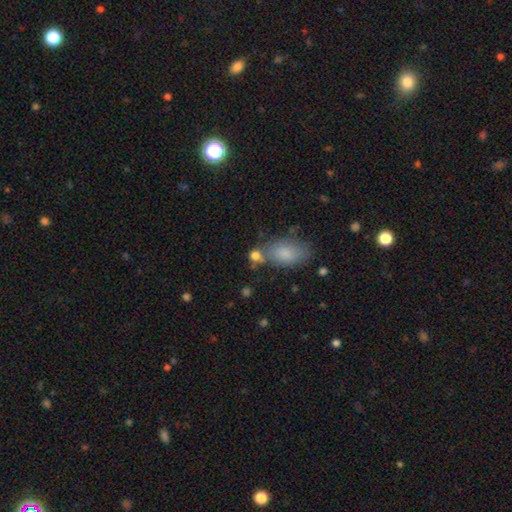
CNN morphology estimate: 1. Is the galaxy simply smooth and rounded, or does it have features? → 79% smooth, 11% star or artifact, 9% featured or disk.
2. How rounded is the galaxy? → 55% round, 41% in between, 3% cigar-shaped.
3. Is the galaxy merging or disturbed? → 51% none, 27% merger, 14% minor disturbance, 7% major disturbance.